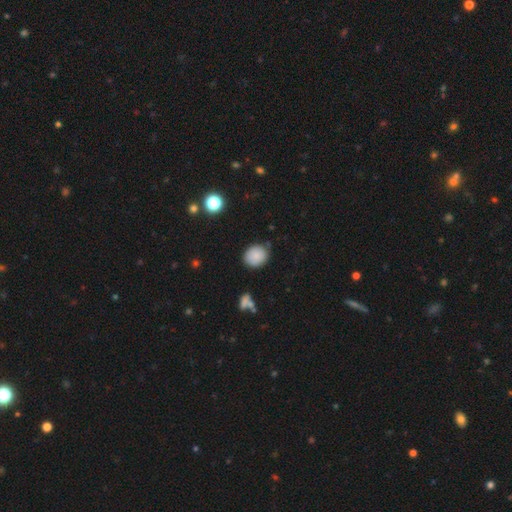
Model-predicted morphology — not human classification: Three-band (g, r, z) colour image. It shows a smooth galaxy with no disk features (85%) that is round (69%). Merging: none (81%).